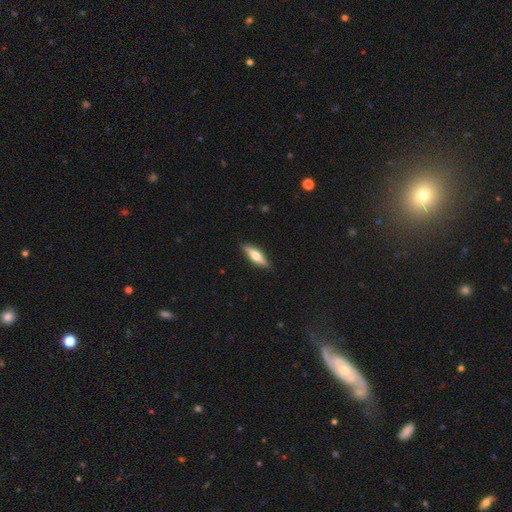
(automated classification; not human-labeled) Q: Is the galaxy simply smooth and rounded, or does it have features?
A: smooth — 50%.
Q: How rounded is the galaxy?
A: cigar-shaped — 60%.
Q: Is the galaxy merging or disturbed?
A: none — 89%.